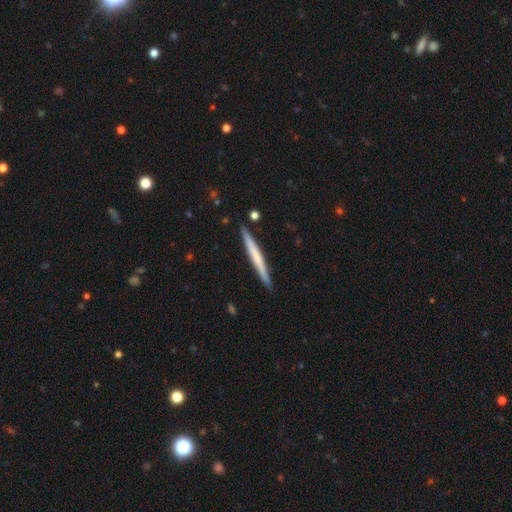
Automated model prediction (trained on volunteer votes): smooth_or_featured: smooth (p=0.51) [alt: featured or disk p=0.44]
how_rounded: cigar-shaped (p=0.97) [alt: in between p=0.02]
merging: none (p=0.91) [alt: minor disturbance p=0.07]